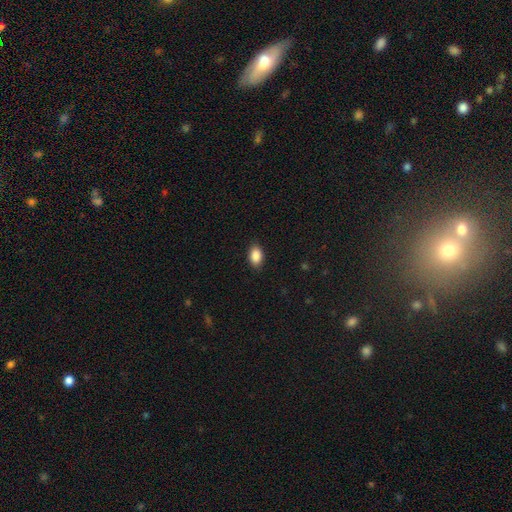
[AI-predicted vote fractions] smooth 89%, star or artifact 7%, featured or disk 4%. Down the decision tree: how rounded — in between (91%); merging — none (88%).